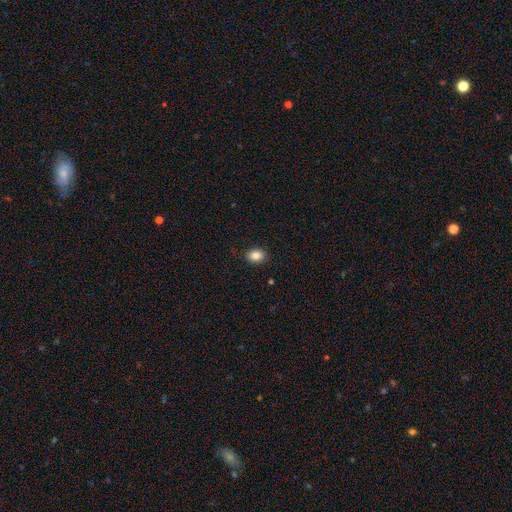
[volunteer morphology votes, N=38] Volunteers were most divided on "how rounded": in between: 83%, round: 17%, cigar-shaped: 0%. More confident: smooth or featured — smooth (92%); merging — none (91%).